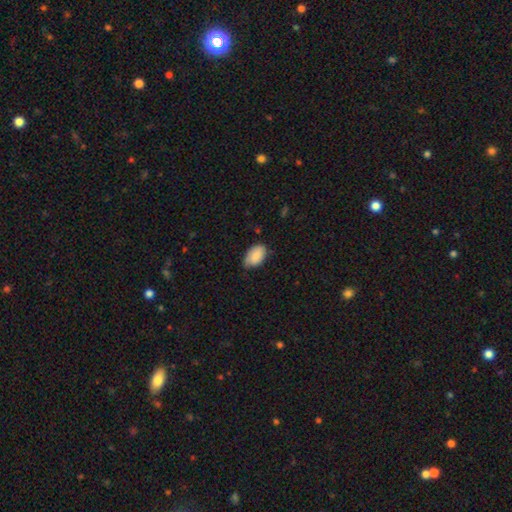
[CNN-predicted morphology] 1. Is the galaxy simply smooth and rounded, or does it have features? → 84% smooth, 10% featured or disk, 6% star or artifact.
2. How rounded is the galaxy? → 93% in between, 6% round, 1% cigar-shaped.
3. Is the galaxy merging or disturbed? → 60% none, 33% minor disturbance, 6% major disturbance, 1% merger.